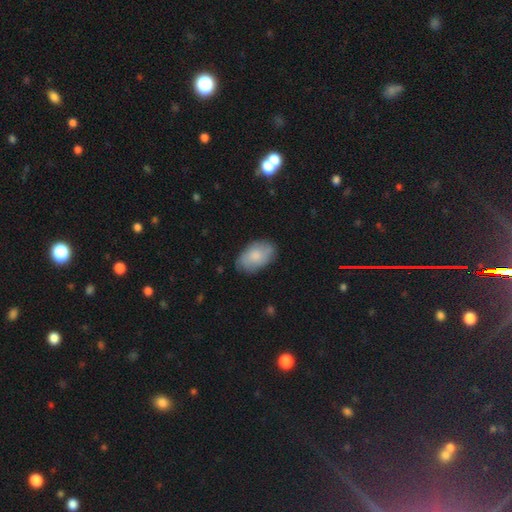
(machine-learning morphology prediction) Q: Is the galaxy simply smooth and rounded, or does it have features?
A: smooth — 68%.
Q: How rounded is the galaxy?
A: in between — 92%.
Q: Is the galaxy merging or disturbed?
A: none — 75%.